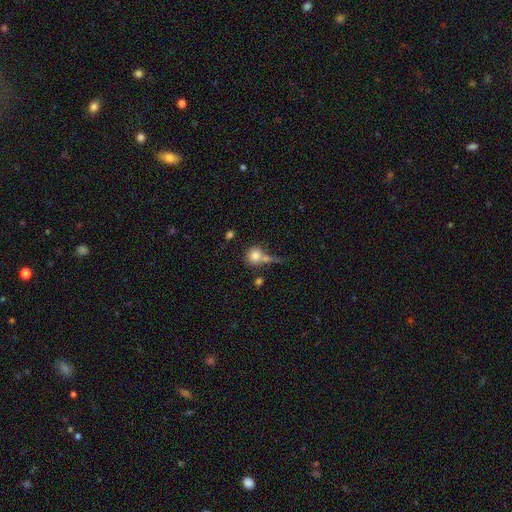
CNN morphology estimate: A smooth galaxy with no disk features (78%) that is round (85%).

Vote fractions:
- Smooth or featured? smooth: 78% / featured or disk: 12% / star or artifact: 10%
- How rounded? round: 85% / in between: 14% / cigar-shaped: 2%
- Merging? none: 41% / merger: 34% / minor disturbance: 13% / major disturbance: 11%